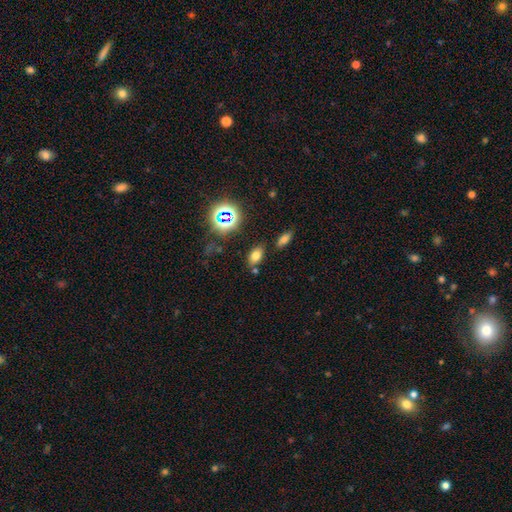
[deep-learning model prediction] This appears to be a smooth galaxy with no disk features (70%) that is in between round and cigar-shaped (86%). Merging: none (76%).